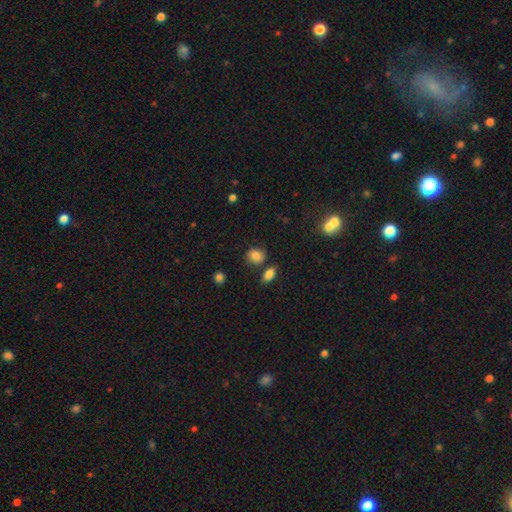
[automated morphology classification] smooth 83%, star or artifact 10%, featured or disk 7%. Down the decision tree: how rounded — round (60%); merging — none (71%).